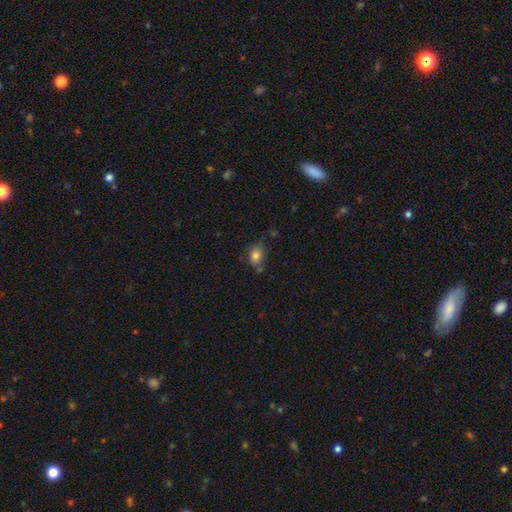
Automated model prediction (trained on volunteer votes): Q: Smooth or featured?
A: smooth (79%); runner-up: featured or disk (11%)
Q: How rounded?
A: in between (69%); runner-up: round (30%)
Q: Merging?
A: none (58%); runner-up: minor disturbance (26%)